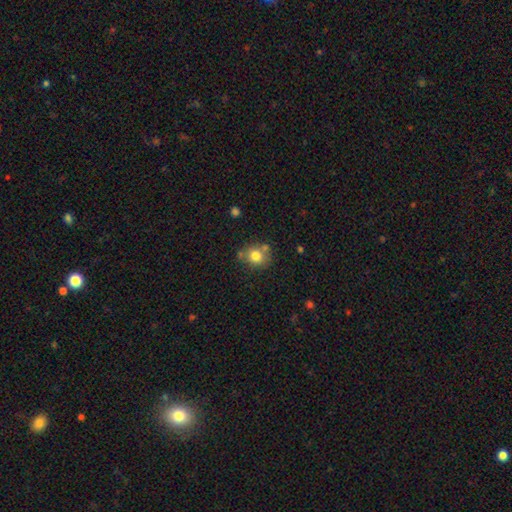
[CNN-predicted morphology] A smooth galaxy with no disk features (78%) that is round (74%).

Vote fractions:
- Smooth or featured? smooth: 78% / featured or disk: 11% / star or artifact: 11%
- How rounded? round: 74% / in between: 25% / cigar-shaped: 1%
- Merging? none: 66% / minor disturbance: 16% / merger: 14% / major disturbance: 4%